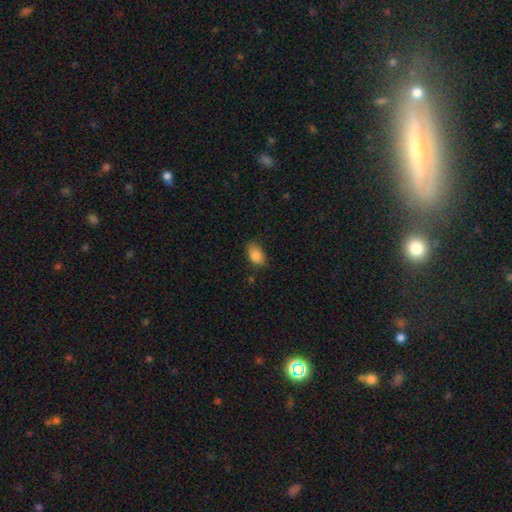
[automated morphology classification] type=smooth (86%); roundness=in between (88%); merging=none (71%).